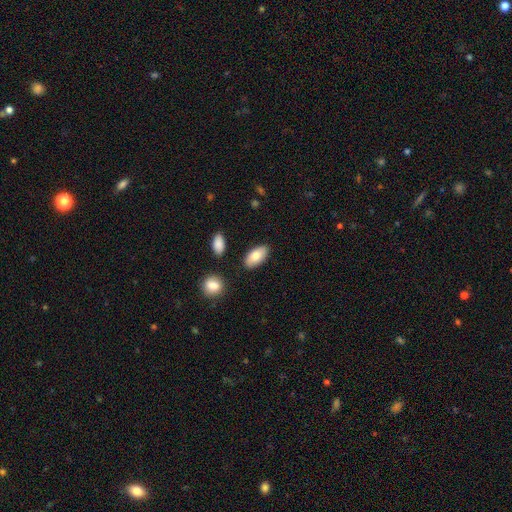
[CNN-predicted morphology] This is clearly a smooth galaxy (81%). How rounded: clearly in between (93%). Merging: clearly none (84%).